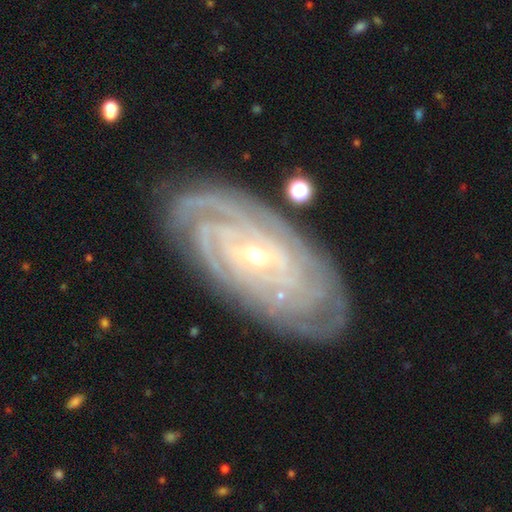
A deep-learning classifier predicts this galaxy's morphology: Smooth or featured?
  - featured or disk: 90% *
  - smooth: 5%
  - star or artifact: 5%
Edge-on disk?
  - no: 94% *
  - yes: 6%
Bar?
  - no: 49% *
  - weak: 33%
  - strong: 17%
Spiral arms?
  - yes: 98% *
  - no: 2%
Spiral winding?
  - tight: 77% *
  - medium: 20%
  - loose: 3%
Spiral arm count?
  - 4: 31% *
  - 3: 23%
  - can't tell: 20%
  - 2: 11%
  - more than 4: 10%
  - 1: 6%
Bulge size?
  - small: 76% *
  - moderate: 21%
  - large: 1%
  - none: 1%
  - dominant: 1%
Merging?
  - none: 79% *
  - minor disturbance: 15%
  - major disturbance: 4%
  - merger: 2%